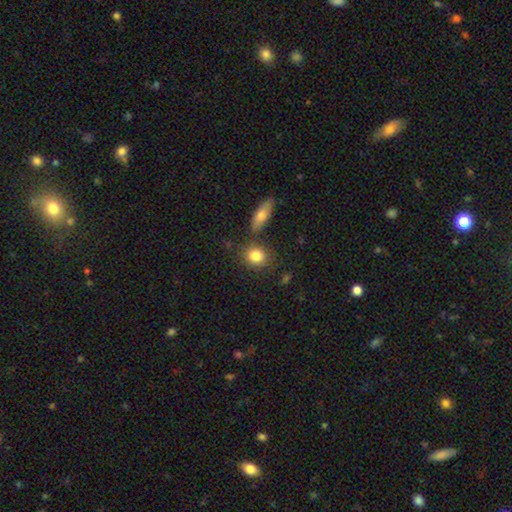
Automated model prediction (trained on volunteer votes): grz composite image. It shows a smooth galaxy with no disk features (83%) that is round (66%). Merging: none (74%).